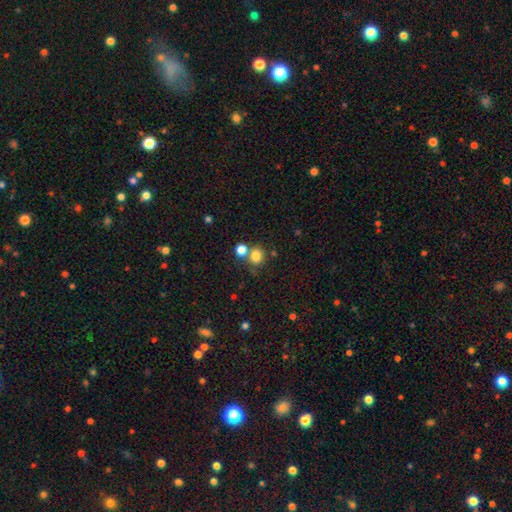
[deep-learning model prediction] Overall: smooth (80%). How rounded: round (76%). Merging: none (61%; merger 25%).